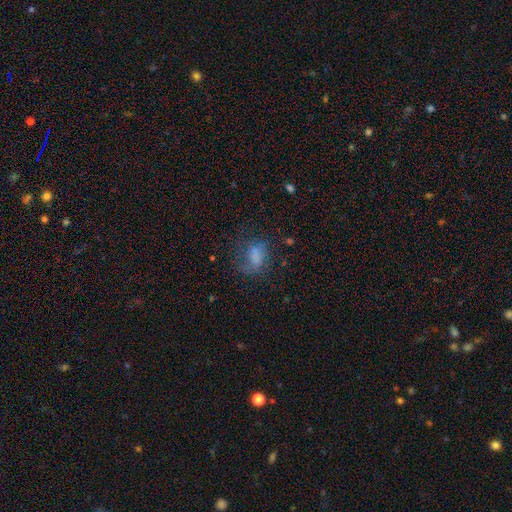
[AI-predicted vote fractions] smooth 61%, featured or disk 23%, star or artifact 15%. Down the decision tree: how rounded — in between (72%); merging — none (43%).